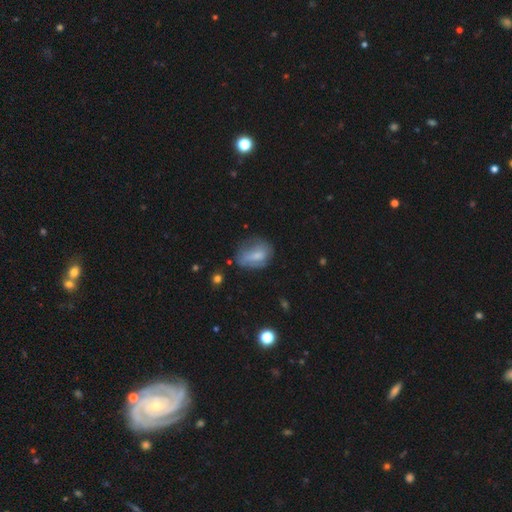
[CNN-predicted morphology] type=smooth (61%); roundness=in between (73%); merging=none (50%).